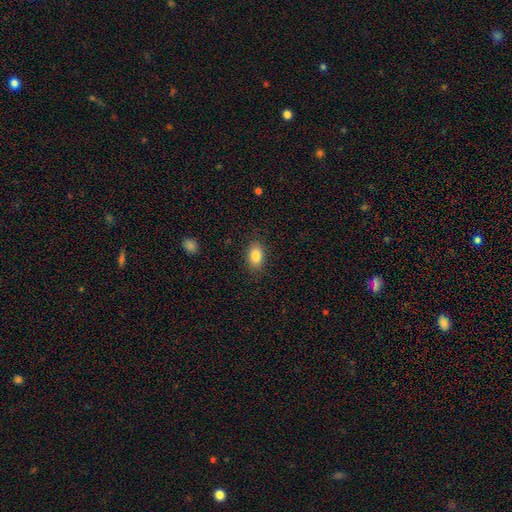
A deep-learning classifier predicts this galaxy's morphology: Smooth or featured?
  - smooth: 85% *
  - star or artifact: 8%
  - featured or disk: 7%
How rounded?
  - in between: 88% *
  - round: 11%
  - cigar-shaped: 2%
Merging?
  - none: 86% *
  - minor disturbance: 10%
  - major disturbance: 3%
  - merger: 1%